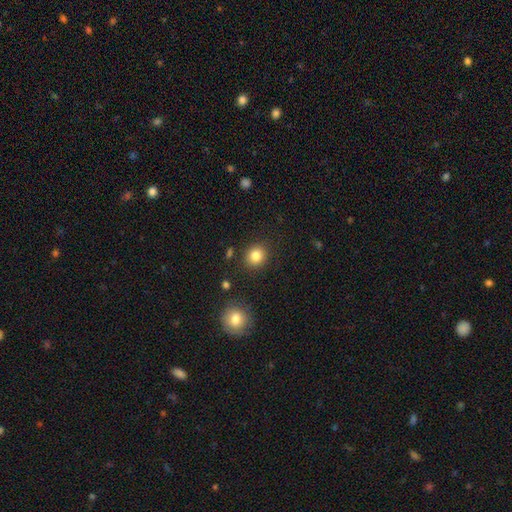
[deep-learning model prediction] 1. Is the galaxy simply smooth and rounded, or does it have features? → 84% smooth, 11% star or artifact, 6% featured or disk.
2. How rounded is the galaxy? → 80% round, 19% in between, 1% cigar-shaped.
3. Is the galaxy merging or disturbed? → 87% none, 7% minor disturbance, 3% major disturbance, 2% merger.